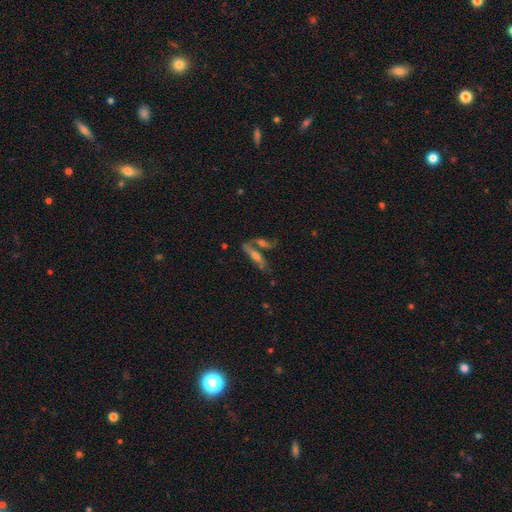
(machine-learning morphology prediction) A featured or disk galaxy (52%) viewed edge-on (75%).

Vote fractions:
- Smooth or featured? featured or disk: 52% / smooth: 38% / star or artifact: 10%
- Edge-on disk? yes: 75% / no: 25%
- Merging? none: 48% / merger: 32% / minor disturbance: 12% / major disturbance: 7%